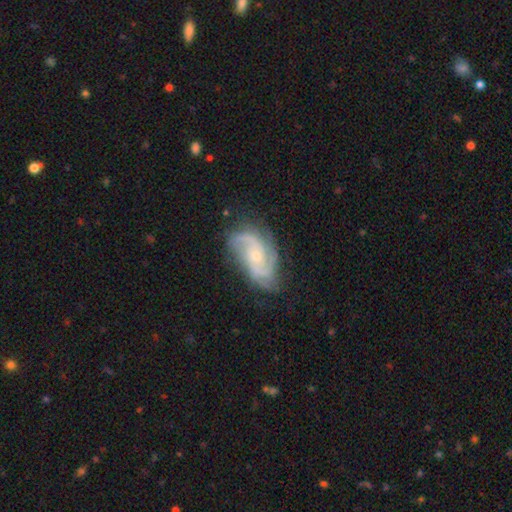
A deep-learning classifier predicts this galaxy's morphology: Smooth or featured?
  - featured or disk: 86% *
  - smooth: 8%
  - star or artifact: 6%
Edge-on disk?
  - no: 97% *
  - yes: 3%
Bar?
  - no: 66% *
  - weak: 28%
  - strong: 6%
Spiral arms?
  - yes: 97% *
  - no: 3%
Spiral winding?
  - medium: 48% *
  - tight: 32%
  - loose: 19%
Spiral arm count?
  - 3: 37% *
  - 2: 34%
  - can't tell: 13%
  - 4: 7%
  - 1: 4%
  - more than 4: 4%
Bulge size?
  - small: 65% *
  - moderate: 31%
  - none: 2%
  - large: 1%
  - dominant: 1%
Merging?
  - none: 69% *
  - minor disturbance: 21%
  - major disturbance: 8%
  - merger: 2%